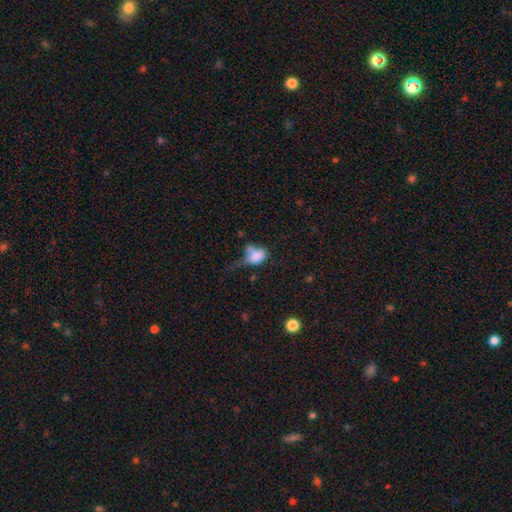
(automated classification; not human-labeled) Smooth or featured? Predicted: smooth (p=0.72). How rounded? Predicted: in between (p=0.74). Merging? Predicted: major disturbance (p=0.39).